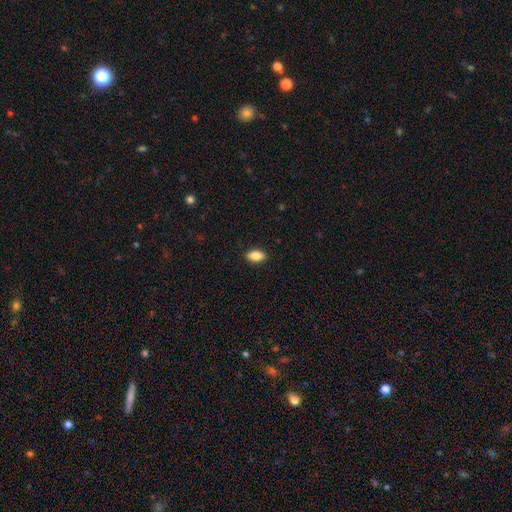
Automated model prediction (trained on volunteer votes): This appears to be a smooth galaxy with no disk features (85%) that is in between round and cigar-shaped (90%). Merging: none (90%).